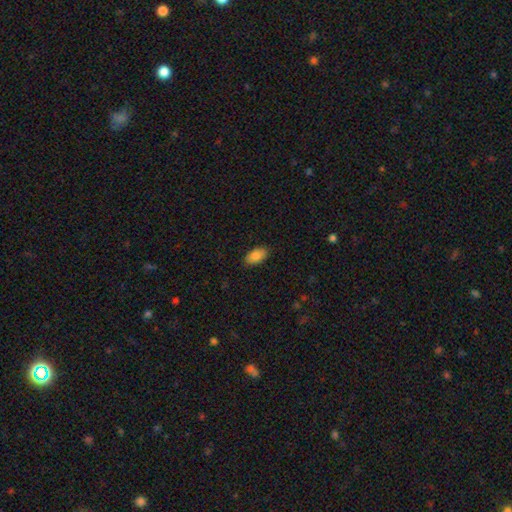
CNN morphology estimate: smooth 83%, featured or disk 10%, star or artifact 7%. Down the decision tree: how rounded — in between (94%); merging — none (88%).